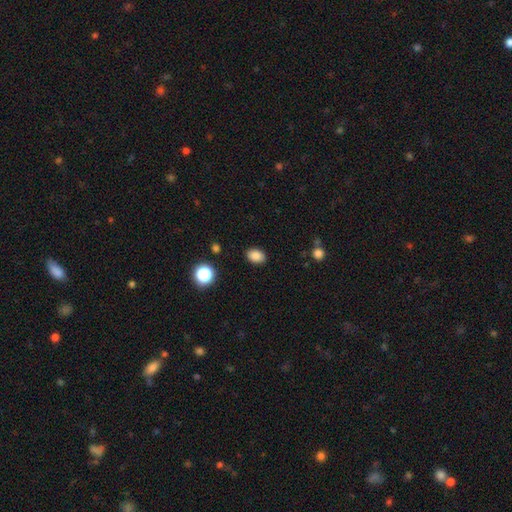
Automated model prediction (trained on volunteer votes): Q: Smooth or featured?
A: smooth (86%); runner-up: star or artifact (10%)
Q: How rounded?
A: in between (76%); runner-up: round (23%)
Q: Merging?
A: none (89%); runner-up: minor disturbance (8%)